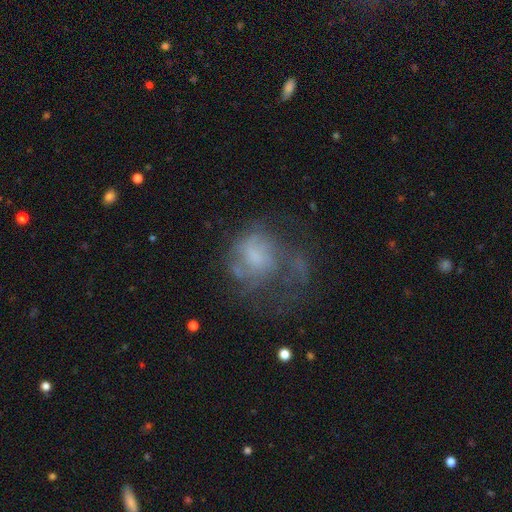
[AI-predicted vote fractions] Smooth or featured? featured or disk (54%)
Edge-on disk? no (98%)
Bar? no (72%)
Spiral arms? no (54%)
Bulge size? none (39%)
Merging? major disturbance (45%)